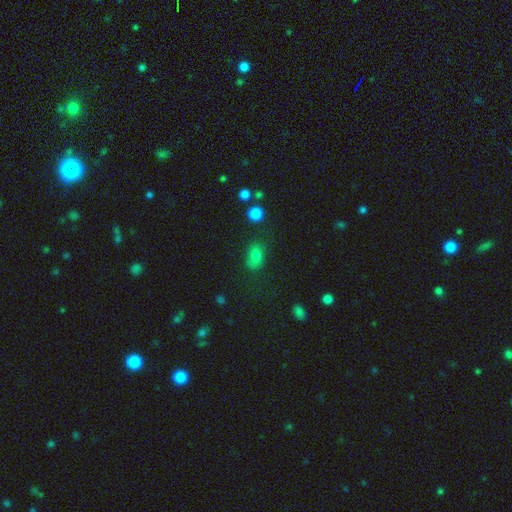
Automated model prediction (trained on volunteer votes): This appears to be a smooth galaxy with no disk features (78%) that is in between round and cigar-shaped (78%). Merging: none (65%).